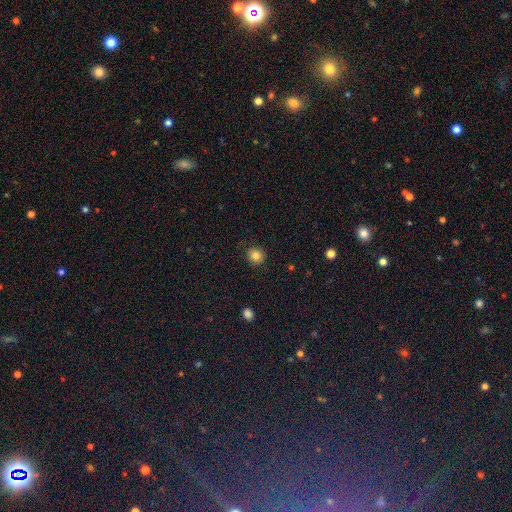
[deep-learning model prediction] Q: Smooth or featured?
A: smooth (82%); runner-up: star or artifact (11%)
Q: How rounded?
A: round (90%); runner-up: in between (9%)
Q: Merging?
A: none (89%); runner-up: minor disturbance (8%)